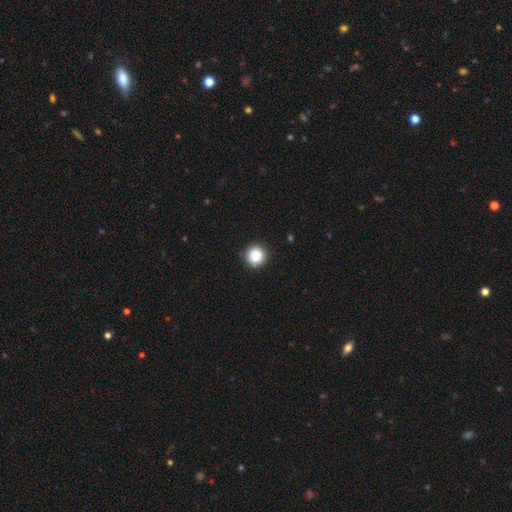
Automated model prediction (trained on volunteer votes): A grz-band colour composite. It shows a smooth galaxy with no disk features (87%) that is round (95%). Merging: none (92%).